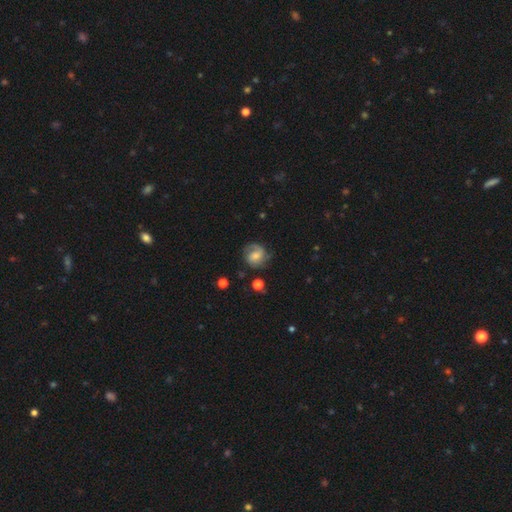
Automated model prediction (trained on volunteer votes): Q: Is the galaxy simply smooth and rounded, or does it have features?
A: featured or disk — 72%.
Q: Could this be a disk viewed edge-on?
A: no — 98%.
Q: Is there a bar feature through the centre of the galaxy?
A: no — 45%, tied with weak.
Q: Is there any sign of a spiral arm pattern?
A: yes — 94%.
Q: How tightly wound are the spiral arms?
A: medium — 46%.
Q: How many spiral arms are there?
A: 2 — 64%.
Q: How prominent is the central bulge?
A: moderate — 42%.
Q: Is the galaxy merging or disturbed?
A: none — 70%.